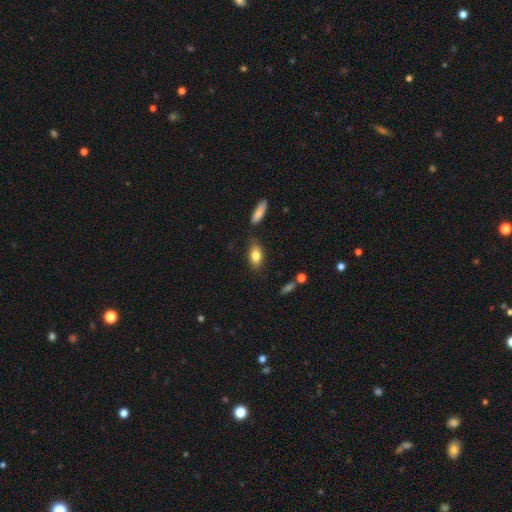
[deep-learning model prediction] The model was most divided on "merging": none: 74%, minor disturbance: 17%, merger: 5%, major disturbance: 4%. More confident: how rounded — in between (85%); smooth or featured — smooth (80%).